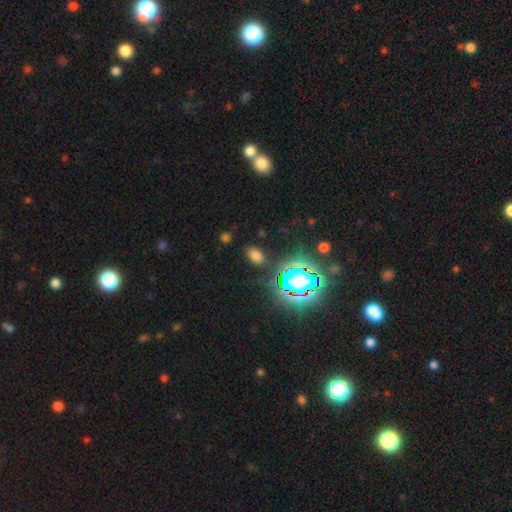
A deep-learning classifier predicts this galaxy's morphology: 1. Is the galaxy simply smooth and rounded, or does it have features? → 61% smooth, 29% star or artifact, 10% featured or disk.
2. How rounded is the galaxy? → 77% in between, 21% round, 2% cigar-shaped.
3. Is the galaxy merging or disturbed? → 84% none, 10% minor disturbance, 4% major disturbance, 2% merger.